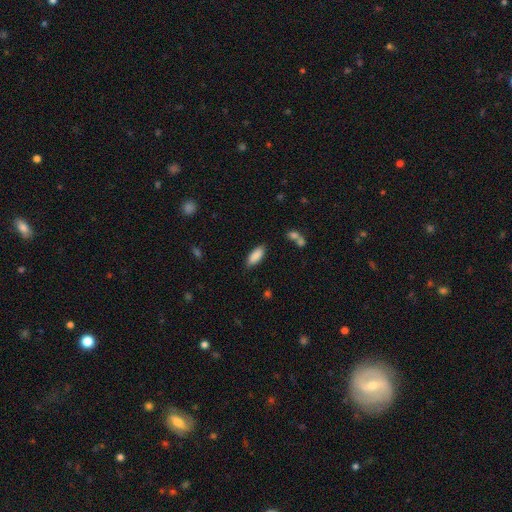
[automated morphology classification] smooth 88%, star or artifact 6%, featured or disk 5%. Down the decision tree: how rounded — in between (76%); merging — none (83%).